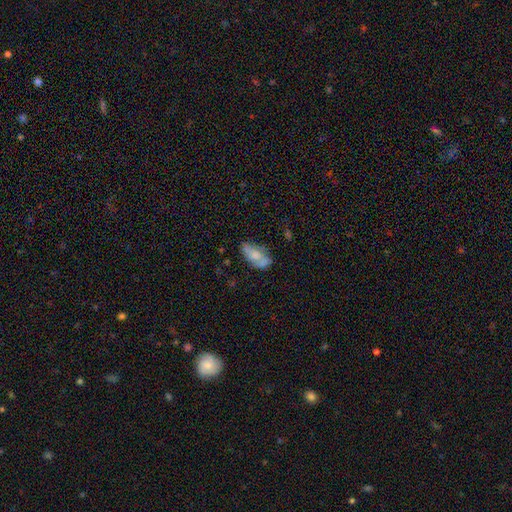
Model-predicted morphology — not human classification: Smooth or featured? smooth (58%)
How rounded? in between (86%)
Merging? none (52%)